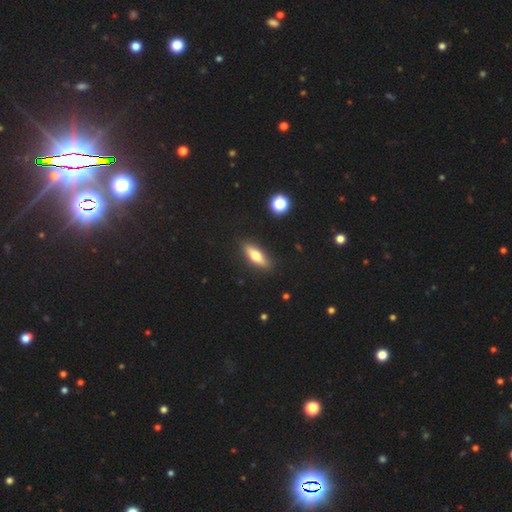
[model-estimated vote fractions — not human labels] Overall: smooth (55%; featured or disk 38%). How rounded: cigar-shaped (54%; in between 43%). Merging: none (88%).